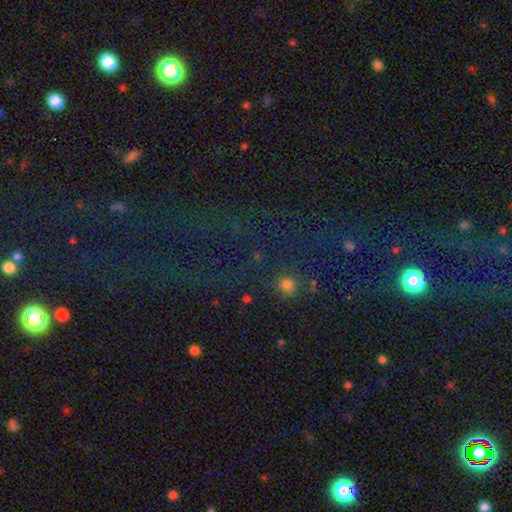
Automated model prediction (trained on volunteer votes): Morphology: type=star or artifact (70%).